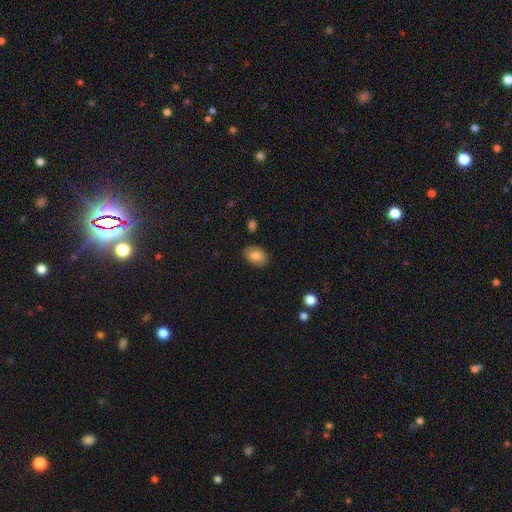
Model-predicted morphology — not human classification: The model was most divided on "how rounded": in between: 82%, round: 17%, cigar-shaped: 1%. More confident: merging — none (83%); smooth or featured — smooth (81%).